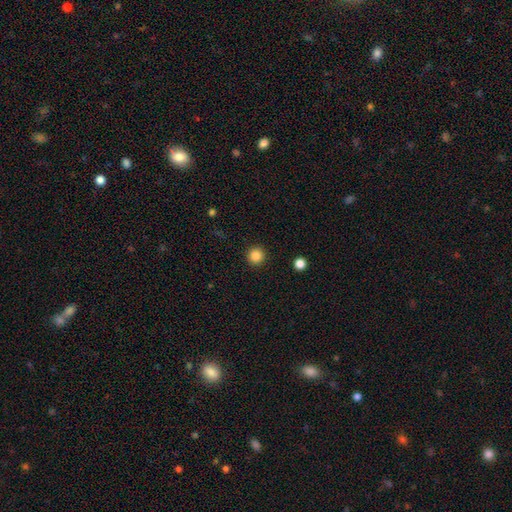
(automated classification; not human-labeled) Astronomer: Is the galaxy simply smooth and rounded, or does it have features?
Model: smooth — 85%.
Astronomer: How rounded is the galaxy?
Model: round — 95%.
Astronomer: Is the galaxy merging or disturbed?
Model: none — 93%.